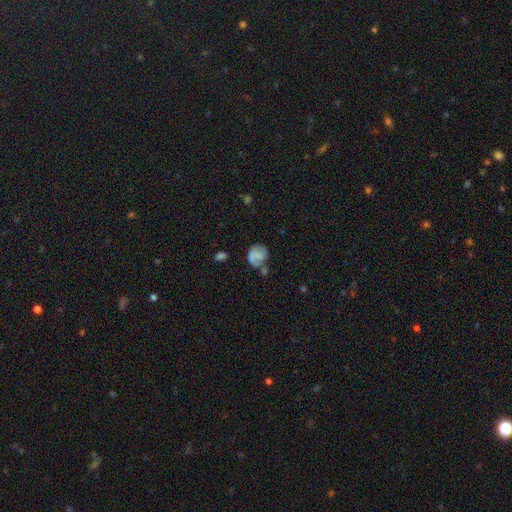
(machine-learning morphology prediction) smooth-or-featured: smooth: 53% | featured or disk: 37% | star or artifact: 10%
  how-rounded: round: 66% | in between: 33% | cigar-shaped: 1%
  merging: none: 42% | minor disturbance: 25% | major disturbance: 19% | merger: 14%